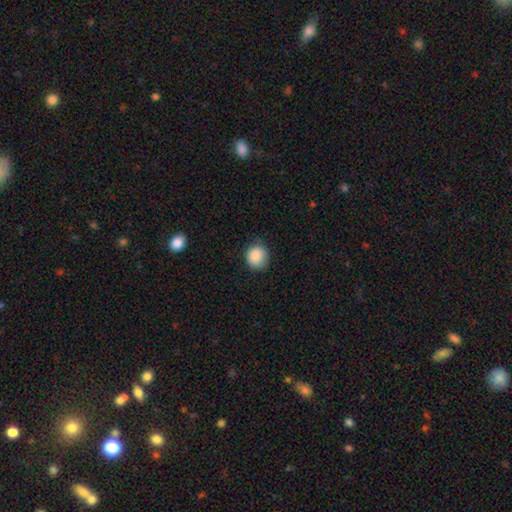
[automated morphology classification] Q: Smooth or featured?
A: smooth (88%); runner-up: star or artifact (8%)
Q: How rounded?
A: round (84%); runner-up: in between (15%)
Q: Merging?
A: none (80%); runner-up: minor disturbance (16%)